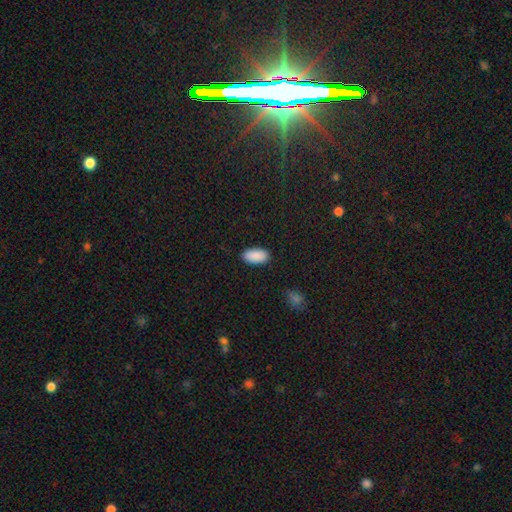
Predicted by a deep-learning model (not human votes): smooth 91%, star or artifact 6%, featured or disk 3%. Down the decision tree: how rounded — in between (95%); merging — none (89%).